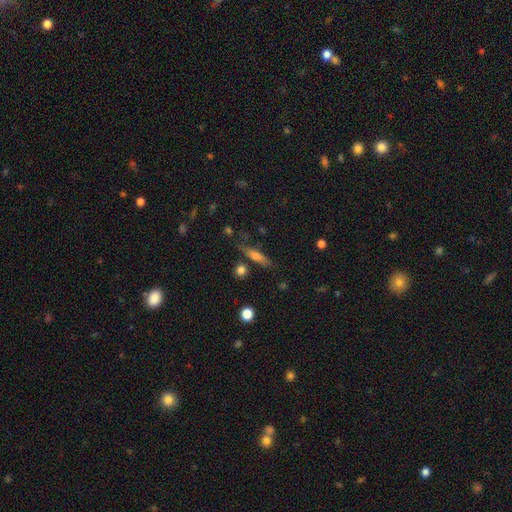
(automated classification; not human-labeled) smooth 55%, featured or disk 35%, star or artifact 10%. Down the decision tree: how rounded — cigar-shaped (75%); merging — none (74%).